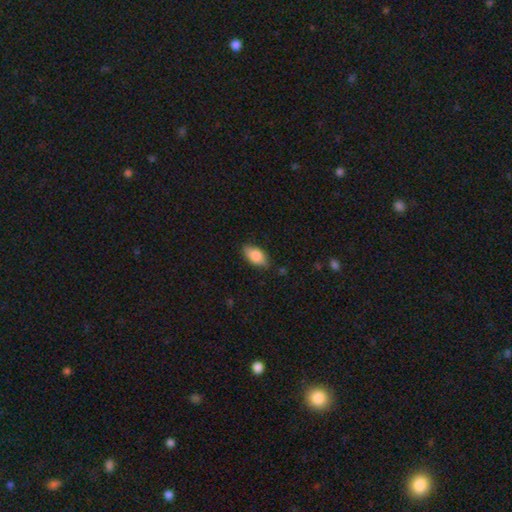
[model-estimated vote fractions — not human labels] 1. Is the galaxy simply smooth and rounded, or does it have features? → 82% smooth, 11% featured or disk, 7% star or artifact.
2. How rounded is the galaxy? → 91% in between, 5% cigar-shaped, 4% round.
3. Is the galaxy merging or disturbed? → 81% none, 15% minor disturbance, 3% major disturbance, 1% merger.